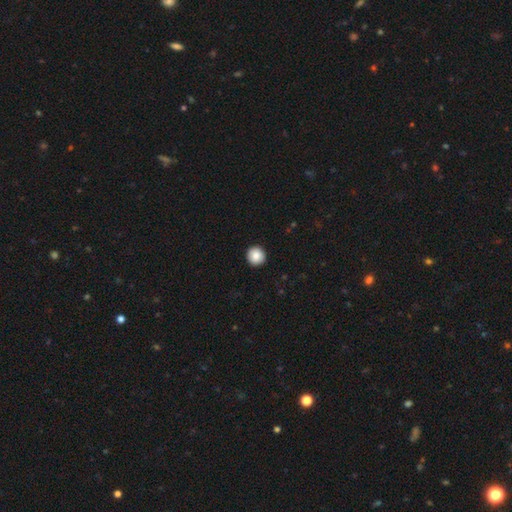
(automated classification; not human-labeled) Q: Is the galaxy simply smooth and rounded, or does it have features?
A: smooth — 88%.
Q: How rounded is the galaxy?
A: round — 95%.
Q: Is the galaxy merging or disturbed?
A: none — 93%.